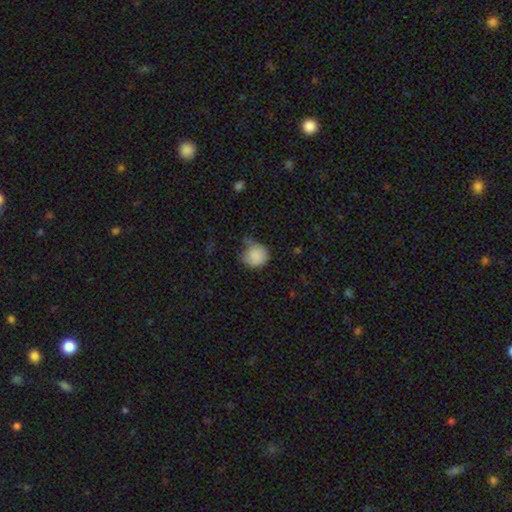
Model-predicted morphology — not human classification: Smooth or featured?
  - smooth: 85% *
  - star or artifact: 8%
  - featured or disk: 7%
How rounded?
  - round: 77% *
  - in between: 22%
  - cigar-shaped: 1%
Merging?
  - minor disturbance: 41% *
  - none: 39%
  - major disturbance: 16%
  - merger: 4%